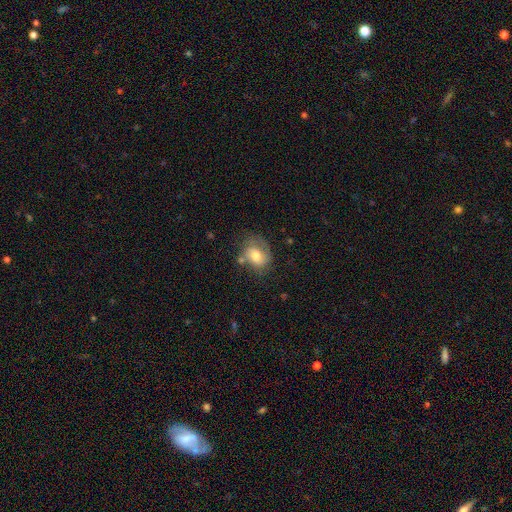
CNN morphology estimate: This appears to be a smooth galaxy with no disk features (57%) that is in between round and cigar-shaped (57%). Merging: none (49%).